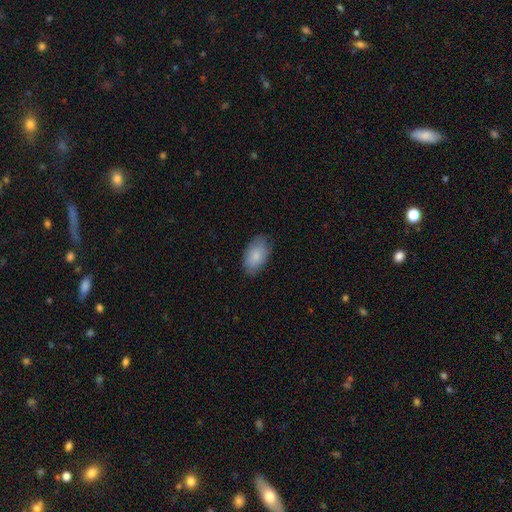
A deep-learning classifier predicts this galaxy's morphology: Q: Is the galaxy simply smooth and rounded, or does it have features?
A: smooth — 82%.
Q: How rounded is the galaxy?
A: in between — 94%.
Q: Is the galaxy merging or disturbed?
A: none — 80%.